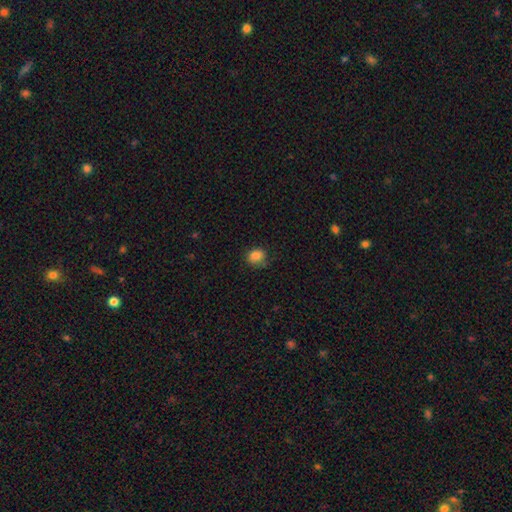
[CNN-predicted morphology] smooth 85%, star or artifact 10%, featured or disk 5%. Down the decision tree: how rounded — round (62%); merging — none (76%).